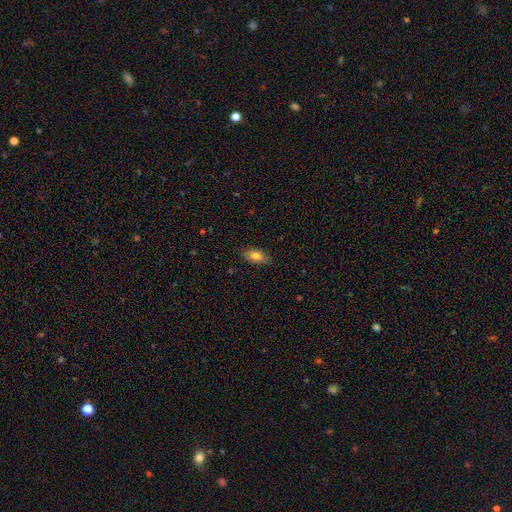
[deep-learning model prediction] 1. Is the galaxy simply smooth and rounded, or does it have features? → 77% smooth, 15% featured or disk, 8% star or artifact.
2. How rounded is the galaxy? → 87% in between, 9% cigar-shaped, 4% round.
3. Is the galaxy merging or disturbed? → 83% none, 13% minor disturbance, 3% major disturbance, 1% merger.